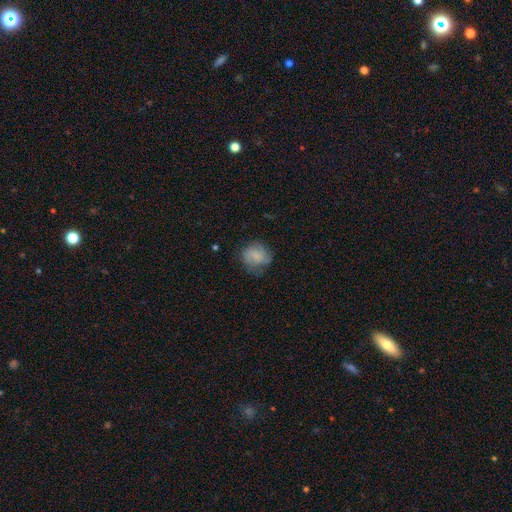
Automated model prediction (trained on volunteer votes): smooth-or-featured: smooth: 59% | featured or disk: 32% | star or artifact: 9%
  how-rounded: round: 76% | in between: 23% | cigar-shaped: 1%
  merging: none: 64% | minor disturbance: 24% | major disturbance: 10% | merger: 1%